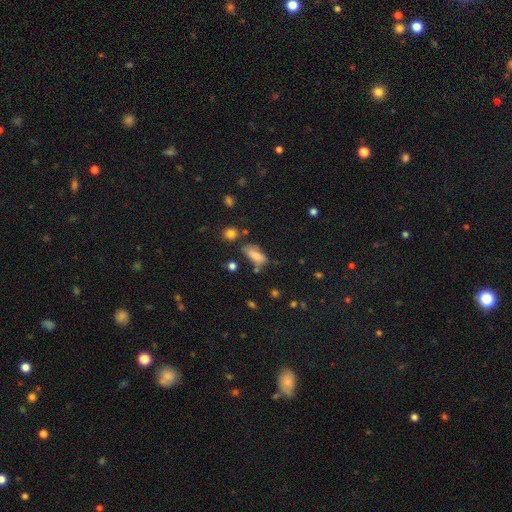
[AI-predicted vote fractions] Q: Smooth or featured?
A: smooth (79%); runner-up: featured or disk (12%)
Q: How rounded?
A: in between (84%); runner-up: cigar-shaped (13%)
Q: Merging?
A: none (57%); runner-up: minor disturbance (26%)